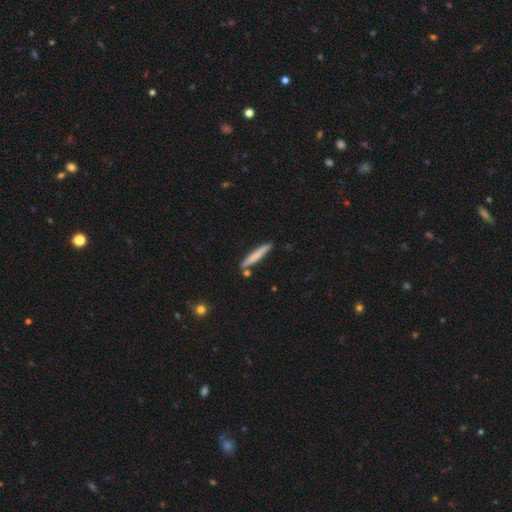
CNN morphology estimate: Smooth or featured? Predicted: smooth (p=0.73). How rounded? Predicted: cigar-shaped (p=0.95). Merging? Predicted: none (p=0.83).